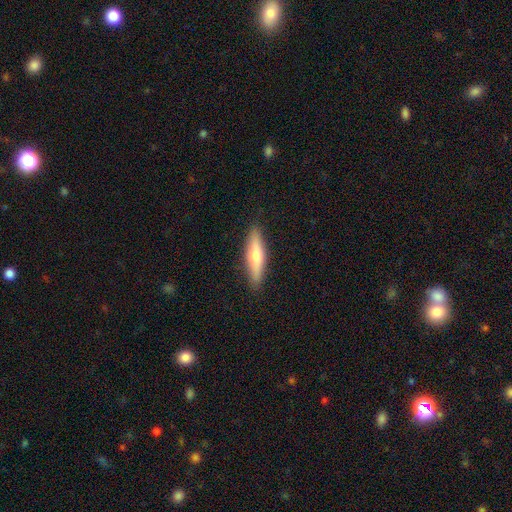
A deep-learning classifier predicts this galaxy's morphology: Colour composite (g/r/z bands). It shows a smooth galaxy with no disk features (53%) that is cigar-shaped (76%). Merging: none (89%).